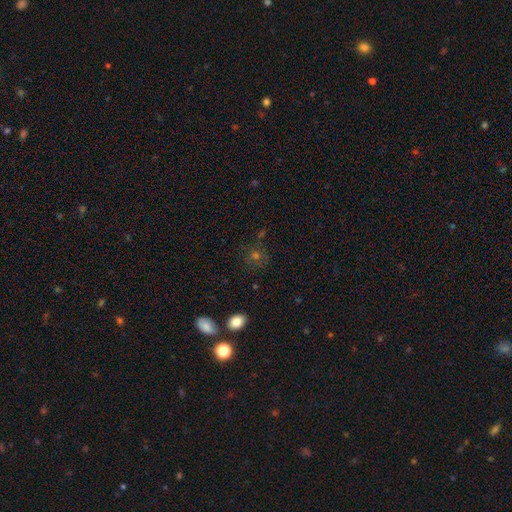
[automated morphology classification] The model was most divided on "smooth or featured": smooth: 52%, star or artifact: 32%, featured or disk: 15%. More confident: how rounded — round (85%); merging — none (77%).